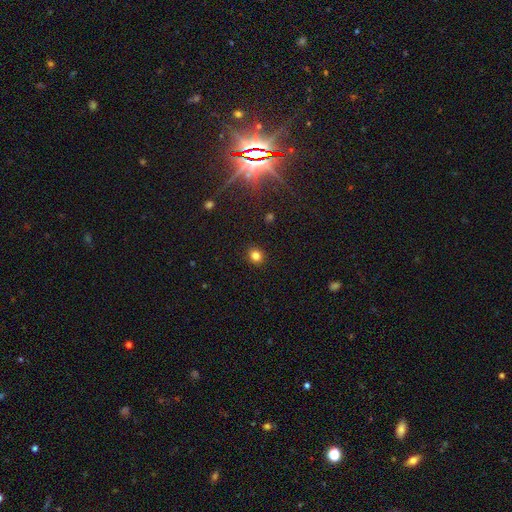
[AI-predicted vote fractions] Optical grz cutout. It shows a smooth galaxy with no disk features (82%) that is round (74%). Merging: none (91%).